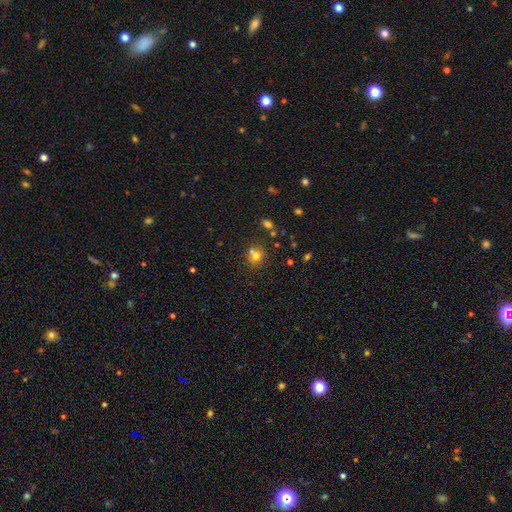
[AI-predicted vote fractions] A smooth galaxy with no disk features (70%) that is round (83%).

Vote fractions:
- Smooth or featured? smooth: 70% / star or artifact: 18% / featured or disk: 12%
- How rounded? round: 83% / in between: 16% / cigar-shaped: 1%
- Merging? none: 57% / merger: 31% / minor disturbance: 9% / major disturbance: 3%